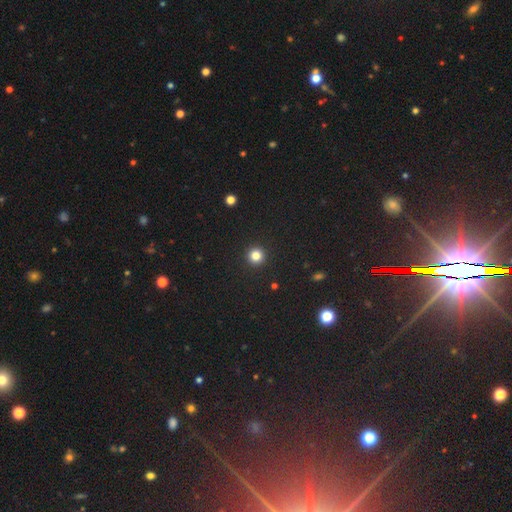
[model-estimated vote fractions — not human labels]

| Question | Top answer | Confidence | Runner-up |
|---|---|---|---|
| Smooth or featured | smooth | 83% | star or artifact (13%) |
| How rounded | round | 96% | in between (4%) |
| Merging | none | 93% | minor disturbance (4%) |